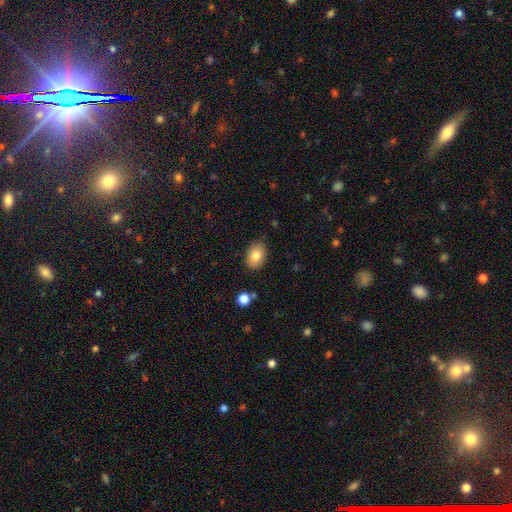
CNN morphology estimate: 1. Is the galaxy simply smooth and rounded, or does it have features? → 82% smooth, 10% featured or disk, 8% star or artifact.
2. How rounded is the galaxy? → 81% in between, 18% round, 1% cigar-shaped.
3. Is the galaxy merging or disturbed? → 86% none, 10% minor disturbance, 2% major disturbance, 1% merger.